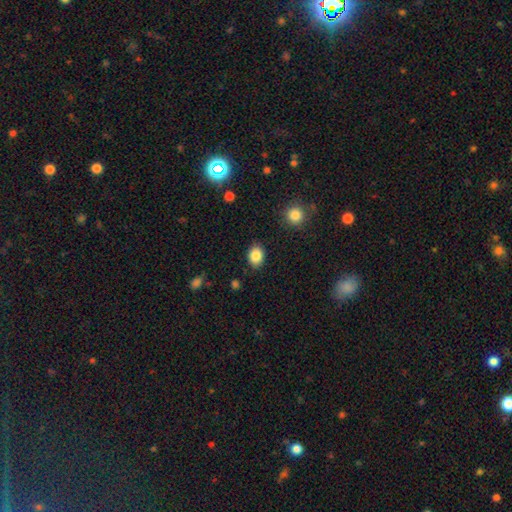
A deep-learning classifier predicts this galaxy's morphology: This appears to be a smooth galaxy with no disk features (86%) that is in between round and cigar-shaped (64%). Merging: none (87%).